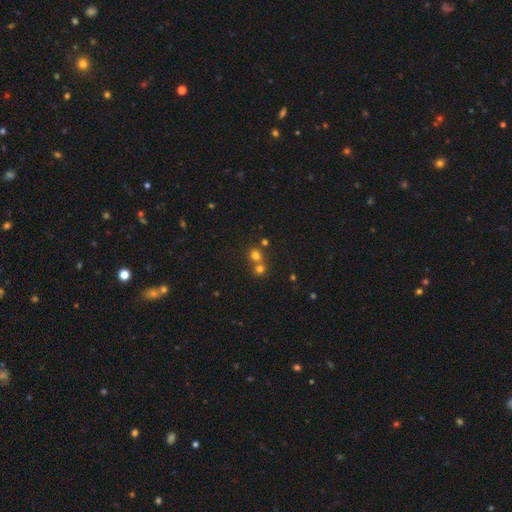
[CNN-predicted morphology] This appears to be a smooth galaxy with no disk features (72%) that is round (84%). Merging: none (48%).